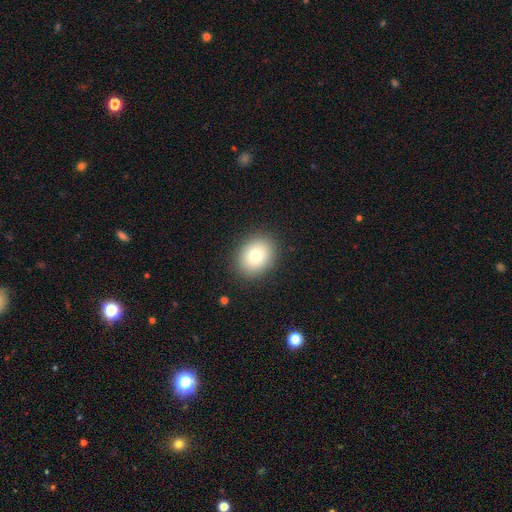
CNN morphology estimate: Overall: smooth (80%). How rounded: round (51%; in between 48%). Merging: none (89%).